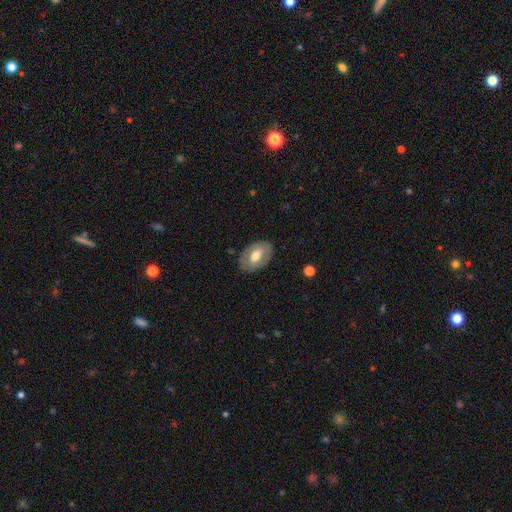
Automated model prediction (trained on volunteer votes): Smooth or featured?
  - smooth: 57% *
  - featured or disk: 37%
  - star or artifact: 6%
How rounded?
  - in between: 88% *
  - round: 10%
  - cigar-shaped: 1%
Merging?
  - none: 83% *
  - minor disturbance: 12%
  - major disturbance: 4%
  - merger: 1%